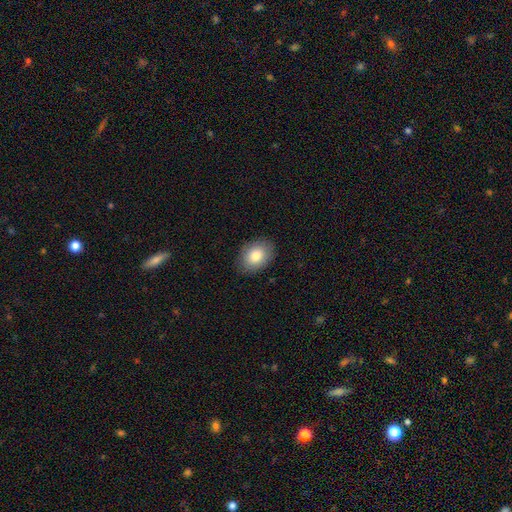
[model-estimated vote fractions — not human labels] This is clearly a smooth galaxy (83%). How rounded: likely in between (79%). Merging: clearly none (85%).